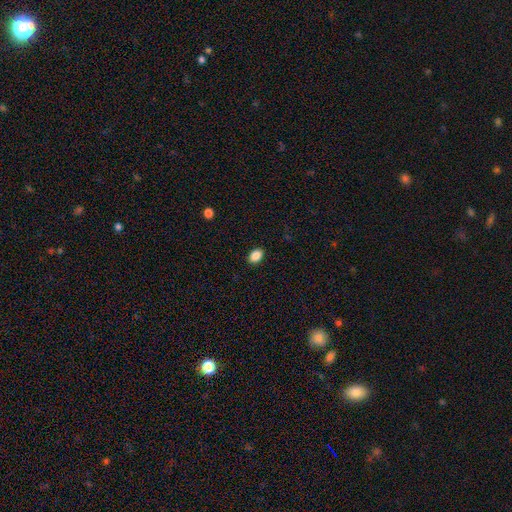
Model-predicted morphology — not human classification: This is clearly a smooth galaxy (88%). How rounded: clearly in between (85%). Merging: clearly none (90%).